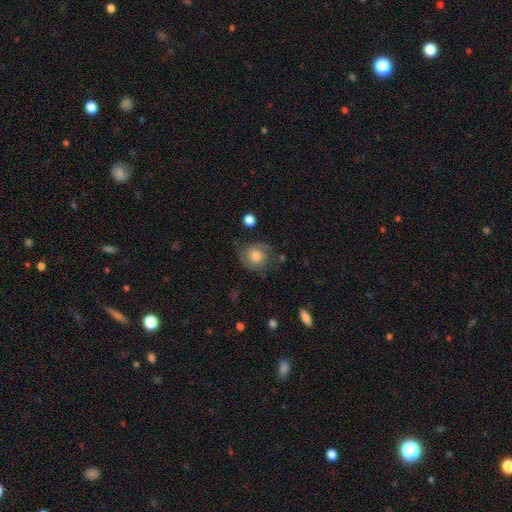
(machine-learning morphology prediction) The model was most divided on "smooth or featured": smooth: 58%, featured or disk: 33%, star or artifact: 9%. More confident: how rounded — round (76%); merging — none (65%).